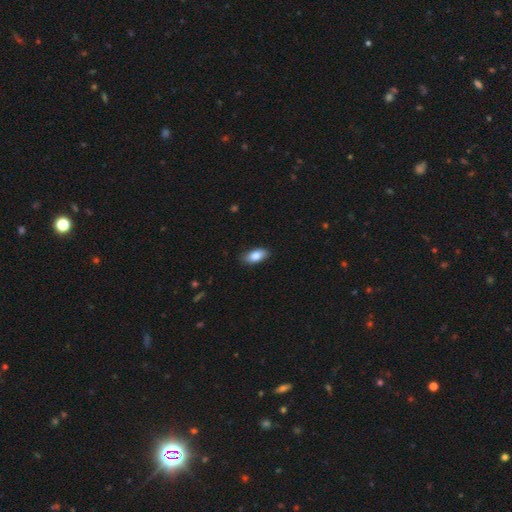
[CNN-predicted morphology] smooth 85%, featured or disk 9%, star or artifact 7%. Down the decision tree: how rounded — in between (91%); merging — none (86%).